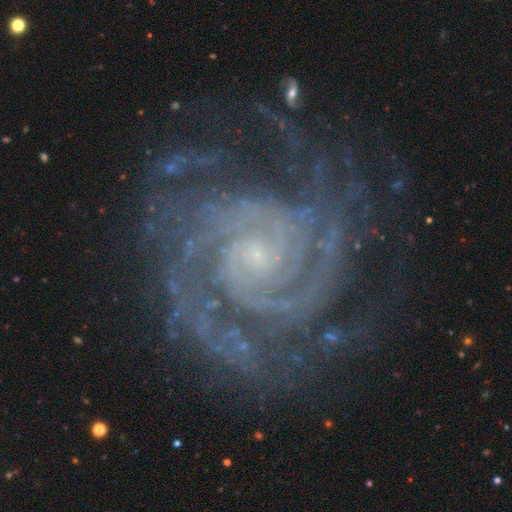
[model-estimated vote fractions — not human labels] Smooth or featured: featured or disk — 93% (star or artifact — 5%)
Edge-on disk: no — 98% (yes — 2%)
Bar: no — 65% (weak — 25%)
Spiral arms: yes — 99% (no — 1%)
Spiral winding: tight — 76% (medium — 21%)
Spiral arm count: 2 — 47% (3 — 17%)
Bulge size: small — 80% (moderate — 13%)
Merging: none — 72% (minor disturbance — 17%)